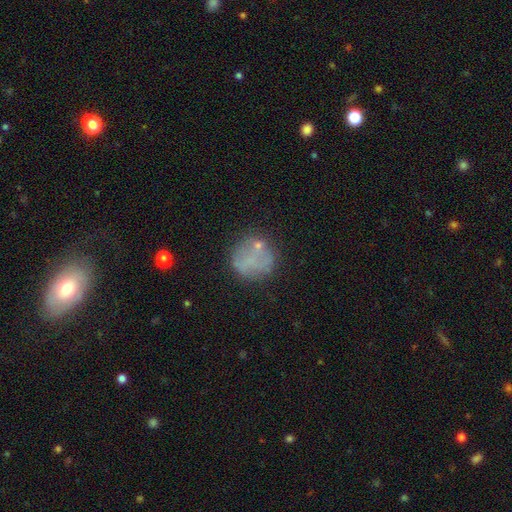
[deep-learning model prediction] Q: Smooth or featured?
A: smooth (55%); runner-up: featured or disk (30%)
Q: How rounded?
A: round (88%); runner-up: in between (11%)
Q: Merging?
A: none (66%); runner-up: minor disturbance (18%)